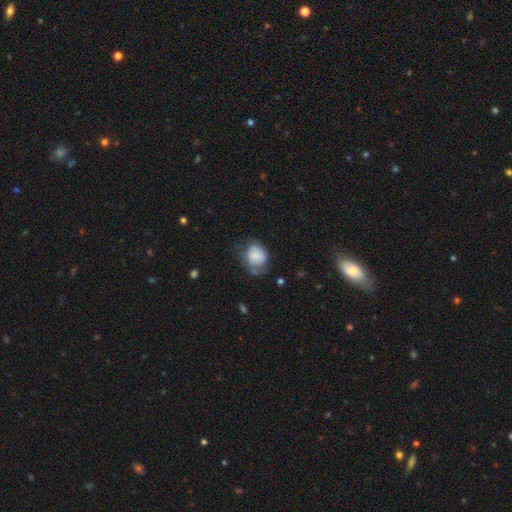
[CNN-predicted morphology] This is possibly a smooth galaxy (53%). How rounded: possibly round (54%). Merging: marginally none (43%).